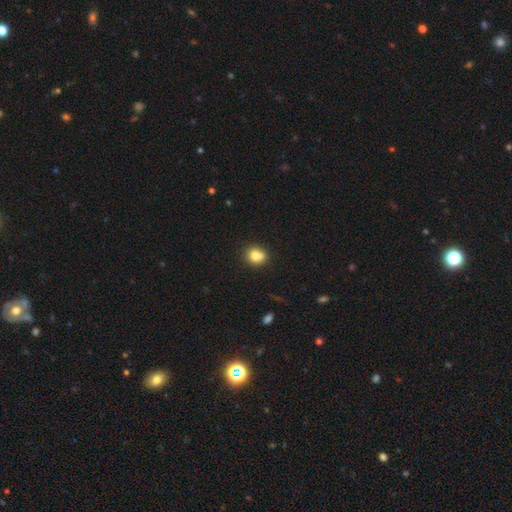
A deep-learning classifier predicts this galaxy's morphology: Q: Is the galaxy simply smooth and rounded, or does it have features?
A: smooth — 78%.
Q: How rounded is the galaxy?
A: round — 74%.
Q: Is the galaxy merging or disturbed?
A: none — 63%.